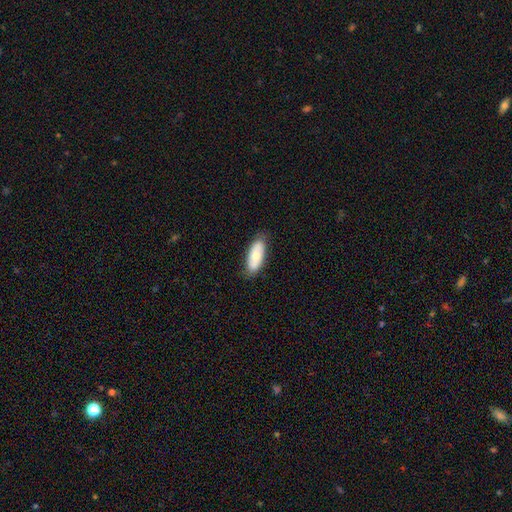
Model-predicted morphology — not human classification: Q: Smooth or featured?
A: smooth (68%); runner-up: featured or disk (26%)
Q: How rounded?
A: in between (80%); runner-up: cigar-shaped (17%)
Q: Merging?
A: none (82%); runner-up: minor disturbance (14%)